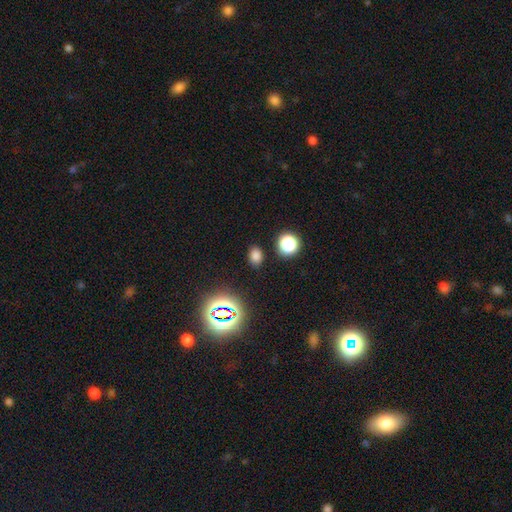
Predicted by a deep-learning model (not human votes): Smooth or featured?
  - smooth: 73% *
  - star or artifact: 21%
  - featured or disk: 5%
How rounded?
  - in between: 68% *
  - round: 31%
  - cigar-shaped: 1%
Merging?
  - none: 86% *
  - minor disturbance: 9%
  - major disturbance: 3%
  - merger: 2%